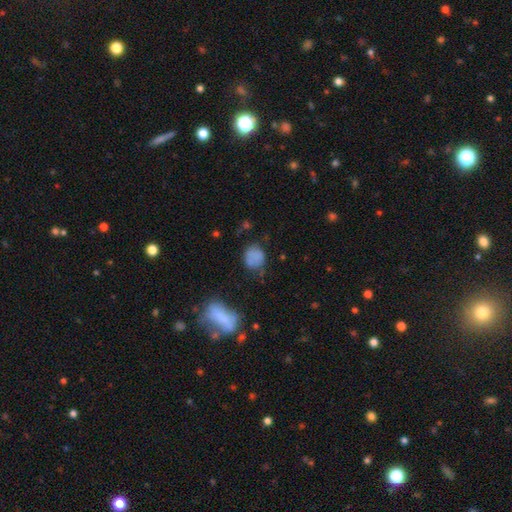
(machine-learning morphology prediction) smooth 78%, star or artifact 12%, featured or disk 10%. Down the decision tree: how rounded — round (68%); merging — none (61%).